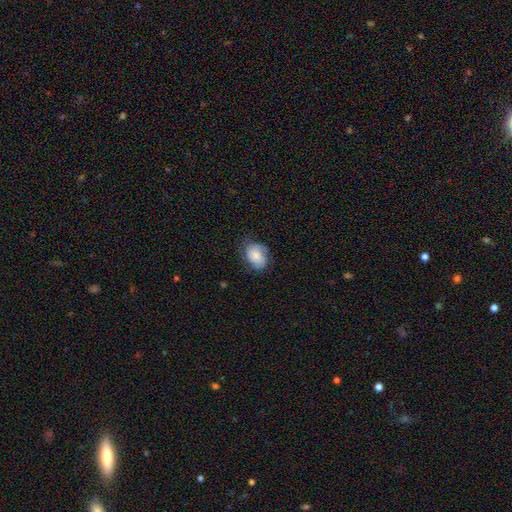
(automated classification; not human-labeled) Smooth or featured? smooth (68%)
How rounded? in between (64%)
Merging? none (63%)